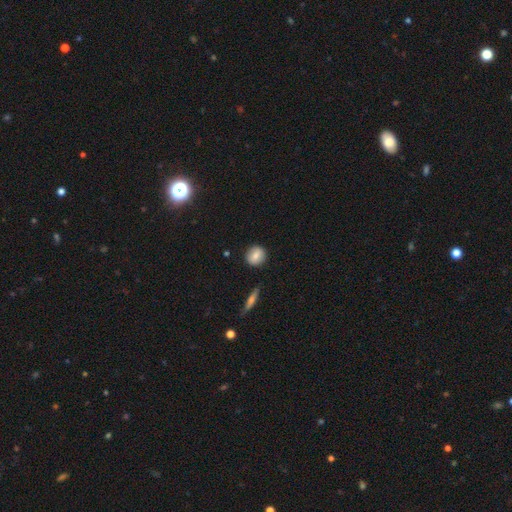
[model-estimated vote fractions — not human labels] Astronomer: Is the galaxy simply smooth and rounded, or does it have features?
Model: smooth — 80%.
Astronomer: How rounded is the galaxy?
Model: round — 86%.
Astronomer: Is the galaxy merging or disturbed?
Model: none — 88%.